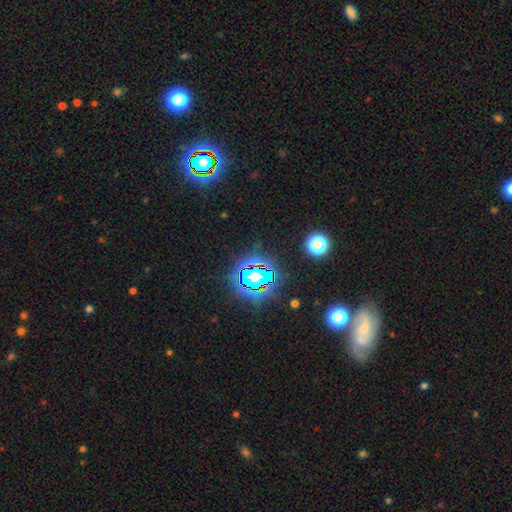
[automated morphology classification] Smooth or featured?
  - star or artifact: 76% *
  - smooth: 15%
  - featured or disk: 9%